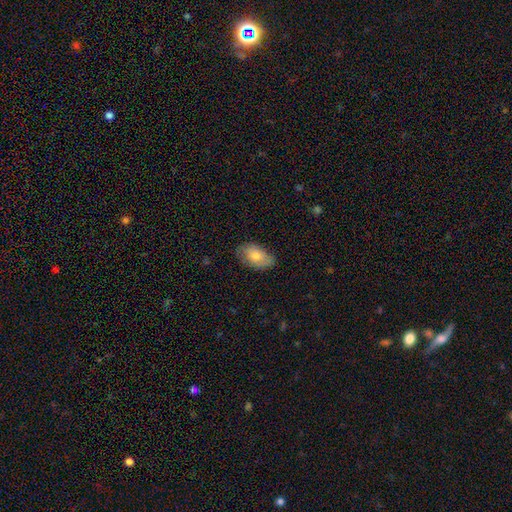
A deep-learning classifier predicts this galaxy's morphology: This is likely a smooth galaxy (72%). How rounded: clearly in between (92%). Merging: likely none (72%).